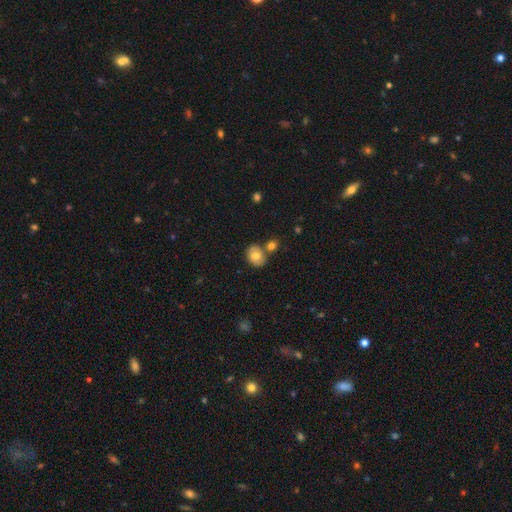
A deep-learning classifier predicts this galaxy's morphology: smooth 71%, featured or disk 20%, star or artifact 9%. Down the decision tree: how rounded — round (53%); merging — none (62%).